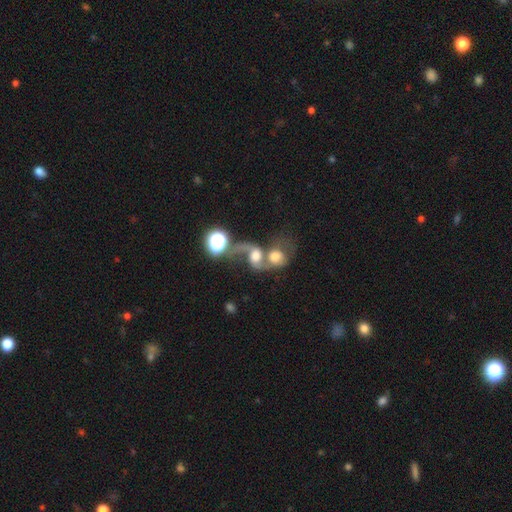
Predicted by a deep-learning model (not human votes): Smooth or featured? Predicted: featured or disk (p=0.55). Edge-on disk? Predicted: no (p=0.96). Bar? Predicted: no (p=0.62). Spiral arms? Predicted: yes (p=0.80). Bulge size? Predicted: moderate (p=0.38). Merging? Predicted: merger (p=0.74).